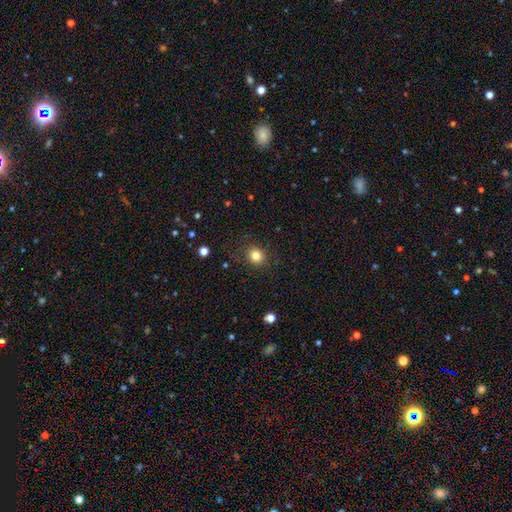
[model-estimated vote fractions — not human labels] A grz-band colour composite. It shows a smooth galaxy with no disk features (82%) that is round (80%). Merging: none (85%).